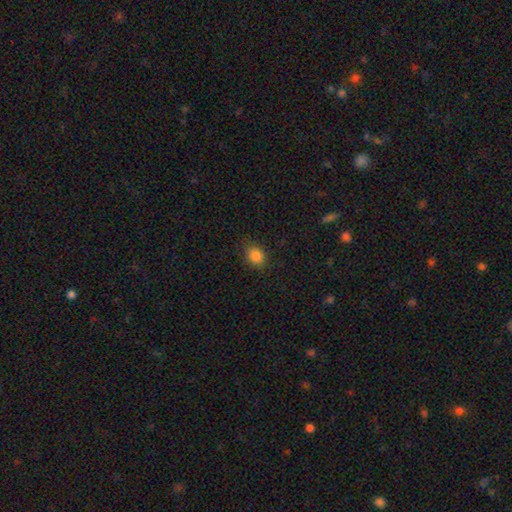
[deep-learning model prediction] Smooth or featured? Predicted: smooth (p=0.85). How rounded? Predicted: in between (p=0.55). Merging? Predicted: none (p=0.86).